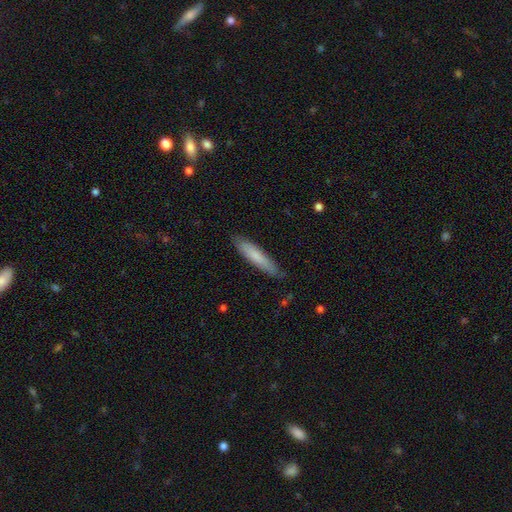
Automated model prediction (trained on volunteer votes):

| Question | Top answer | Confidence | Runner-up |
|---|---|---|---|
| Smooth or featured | smooth | 74% | featured or disk (21%) |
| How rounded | cigar-shaped | 87% | in between (12%) |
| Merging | none | 86% | minor disturbance (11%) |